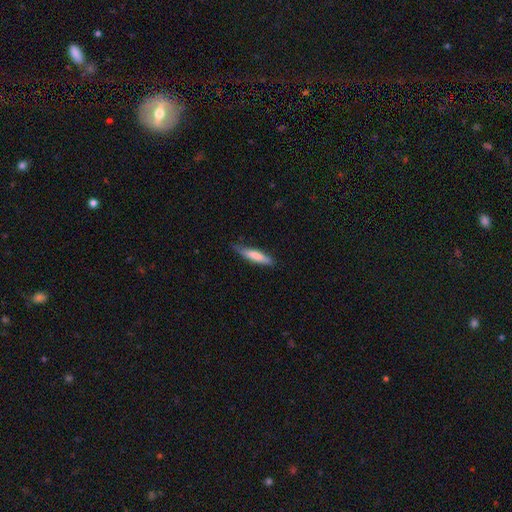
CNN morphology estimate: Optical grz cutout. It shows a smooth galaxy with no disk features (76%) that is cigar-shaped (82%). Merging: none (70%).